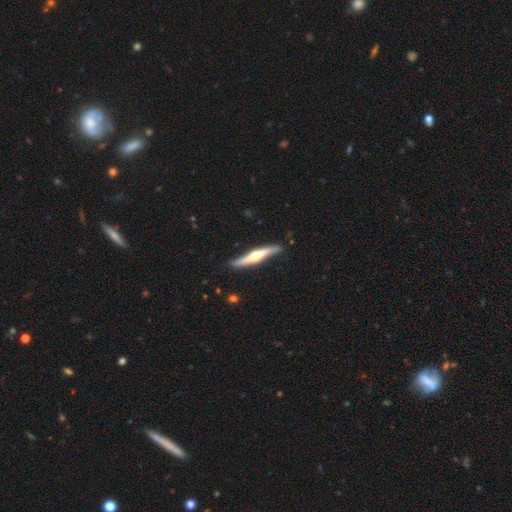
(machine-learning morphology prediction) Smooth or featured? featured or disk (70%)
Edge-on disk? yes (95%)
Edge-on bulge? rounded (91%)
Merging? none (85%)